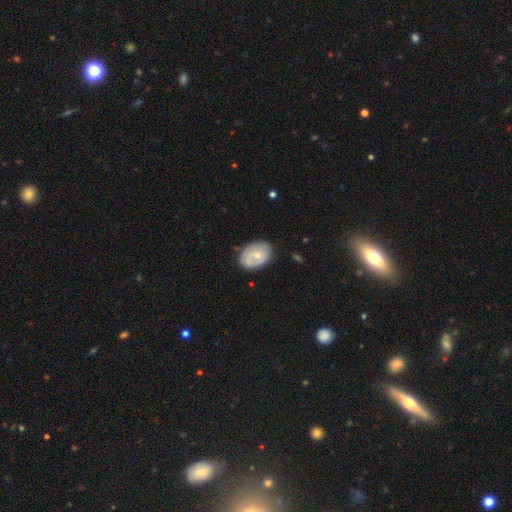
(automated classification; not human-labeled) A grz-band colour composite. It shows a featured or disk galaxy (50%). Merging: none (74%).